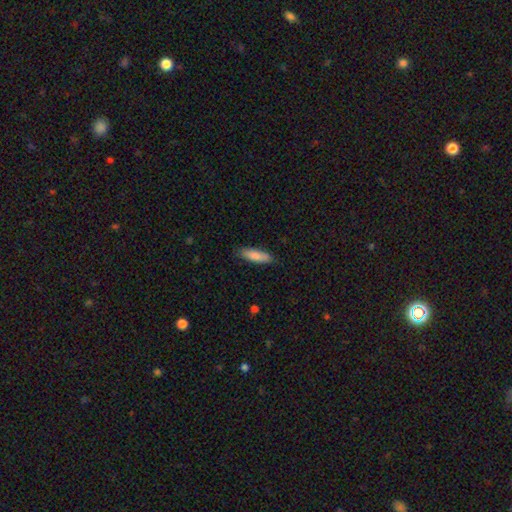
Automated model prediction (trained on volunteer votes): This appears to be a smooth galaxy with no disk features (86%) that is cigar-shaped (60%). Merging: none (84%).